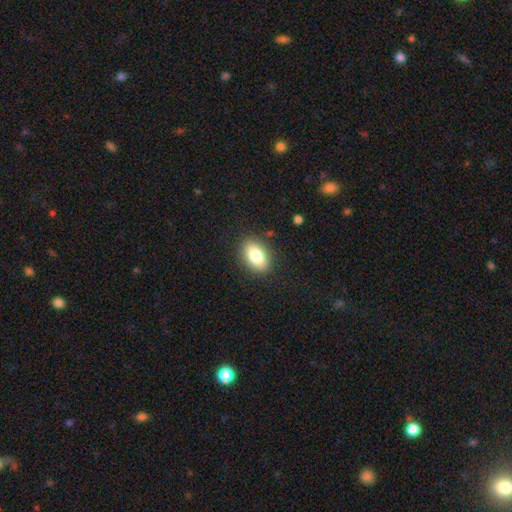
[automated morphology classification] Smooth or featured? smooth (80%)
How rounded? in between (86%)
Merging? none (87%)